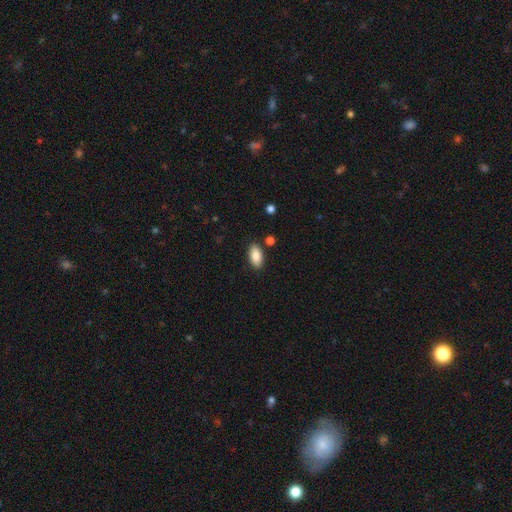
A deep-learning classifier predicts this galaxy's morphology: smooth 87%, star or artifact 7%, featured or disk 7%. Down the decision tree: how rounded — in between (93%); merging — none (86%).